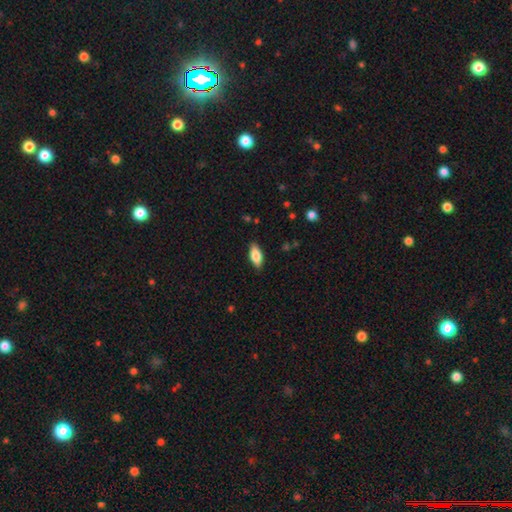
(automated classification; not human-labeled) The model was most divided on "smooth or featured": smooth: 79%, featured or disk: 15%, star or artifact: 7%. More confident: merging — none (87%); how rounded — in between (84%).